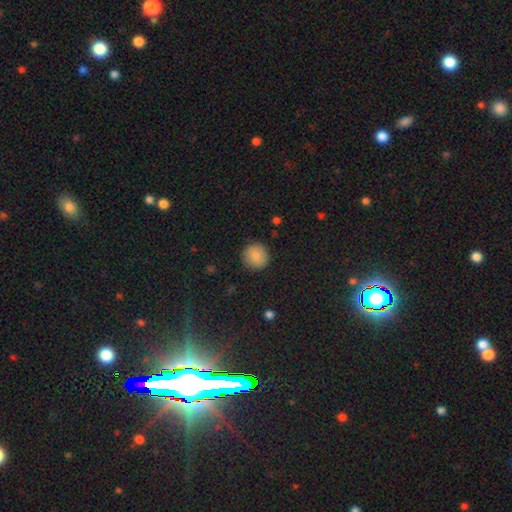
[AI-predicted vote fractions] smooth 86%, star or artifact 8%, featured or disk 5%. Down the decision tree: how rounded — round (94%); merging — none (89%).